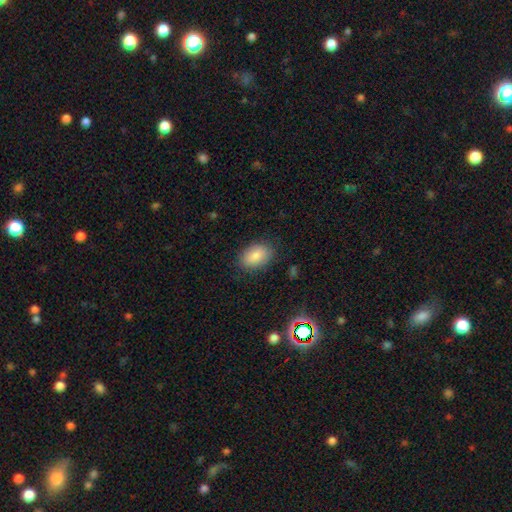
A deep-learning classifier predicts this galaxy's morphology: Smooth or featured? smooth (85%)
How rounded? in between (89%)
Merging? none (83%)